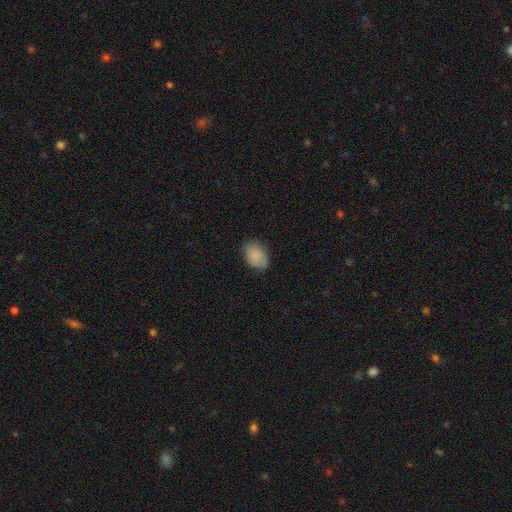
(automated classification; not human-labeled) This appears to be a smooth galaxy with no disk features (82%) that is in between round and cigar-shaped (84%). Merging: none (75%).